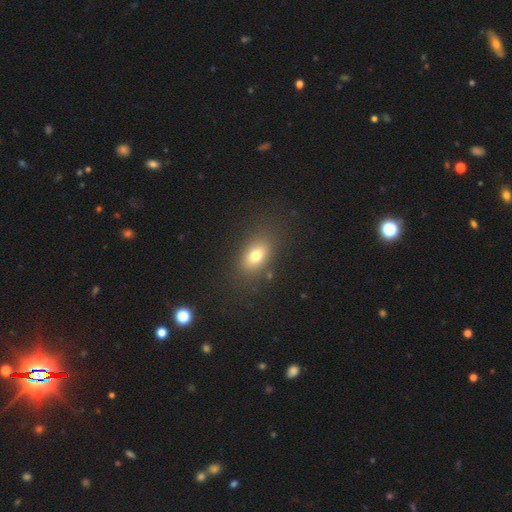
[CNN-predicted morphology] smooth 75%, featured or disk 13%, star or artifact 12%. Down the decision tree: how rounded — in between (80%); merging — none (81%).